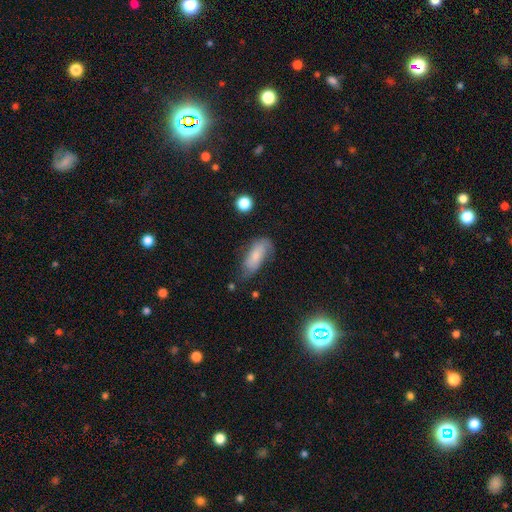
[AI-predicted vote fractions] This appears to be a smooth galaxy with no disk features (63%) that is in between round and cigar-shaped (81%). Merging: none (50%).